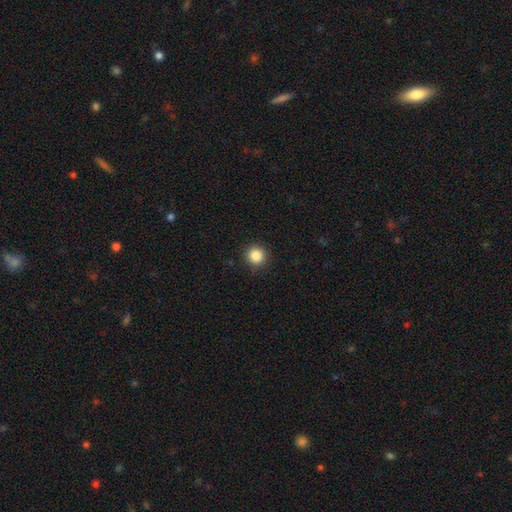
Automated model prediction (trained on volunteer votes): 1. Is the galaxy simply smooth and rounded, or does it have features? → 86% smooth, 11% star or artifact, 4% featured or disk.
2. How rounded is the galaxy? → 94% round, 5% in between, 1% cigar-shaped.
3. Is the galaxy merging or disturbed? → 91% none, 6% minor disturbance, 2% major disturbance, 1% merger.